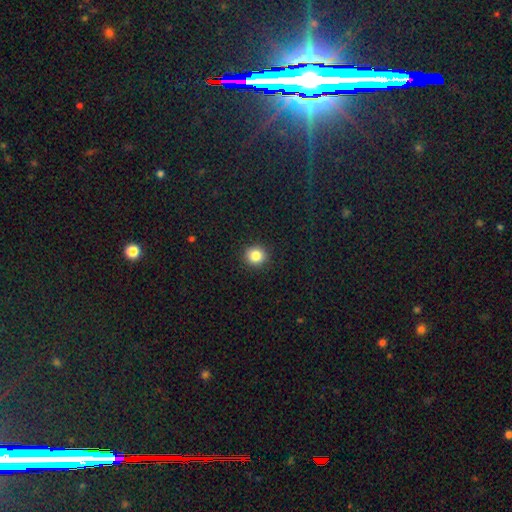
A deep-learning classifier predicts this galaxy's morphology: smooth-or-featured: smooth: 85% | star or artifact: 11% | featured or disk: 4%
  how-rounded: round: 92% | in between: 7% | cigar-shaped: 1%
  merging: none: 92% | minor disturbance: 5% | major disturbance: 2% | merger: 1%